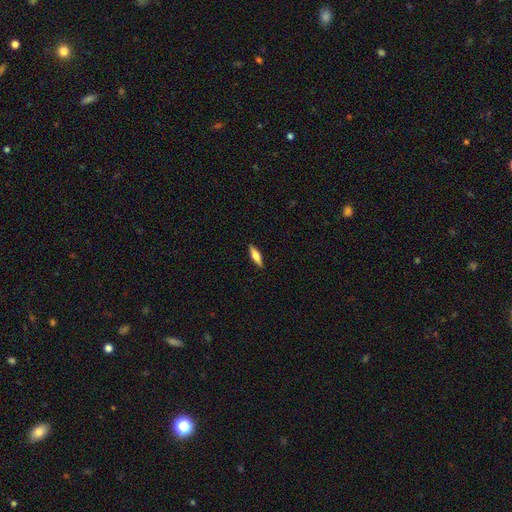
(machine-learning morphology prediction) Smooth or featured? smooth (56%)
How rounded? cigar-shaped (60%)
Merging? none (89%)